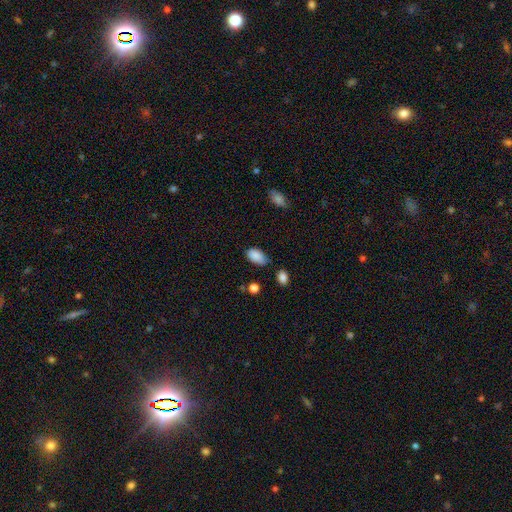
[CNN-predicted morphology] Q: Smooth or featured?
A: smooth (88%); runner-up: star or artifact (8%)
Q: How rounded?
A: in between (94%); runner-up: round (4%)
Q: Merging?
A: none (60%); runner-up: minor disturbance (31%)